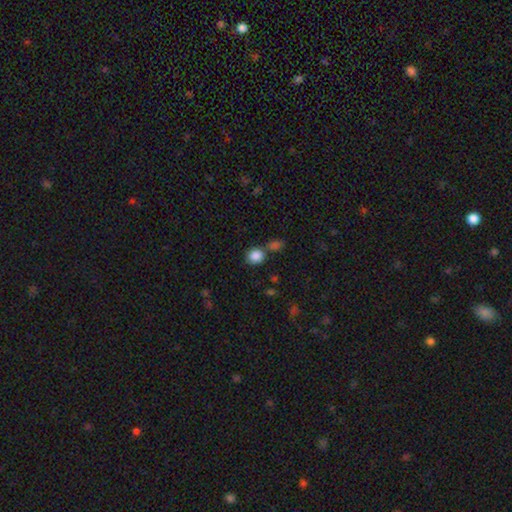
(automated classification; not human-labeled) A smooth galaxy with no disk features (86%) that is round (75%).

Vote fractions:
- Smooth or featured? smooth: 86% / star or artifact: 10% / featured or disk: 4%
- How rounded? round: 75% / in between: 24% / cigar-shaped: 1%
- Merging? none: 64% / merger: 22% / minor disturbance: 11% / major disturbance: 4%